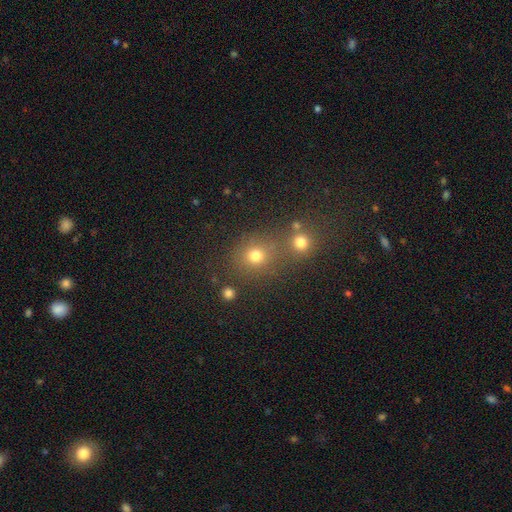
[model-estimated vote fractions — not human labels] Smooth or featured?
  - smooth: 73% *
  - star or artifact: 19%
  - featured or disk: 8%
How rounded?
  - round: 81% *
  - in between: 18%
  - cigar-shaped: 1%
Merging?
  - none: 62% *
  - merger: 25%
  - minor disturbance: 8%
  - major disturbance: 4%